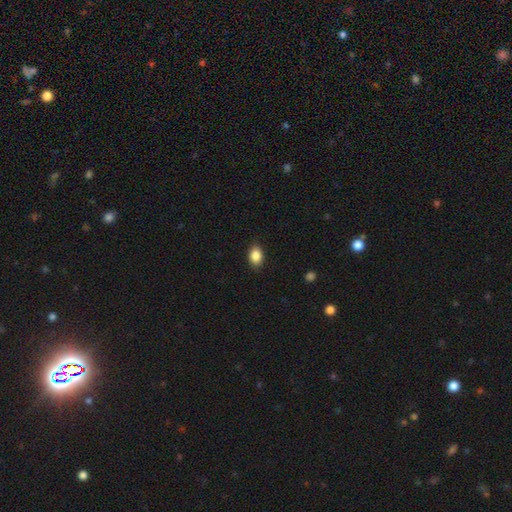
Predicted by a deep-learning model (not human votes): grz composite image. It shows a smooth galaxy with no disk features (87%) that is in between round and cigar-shaped (80%). Merging: none (88%).